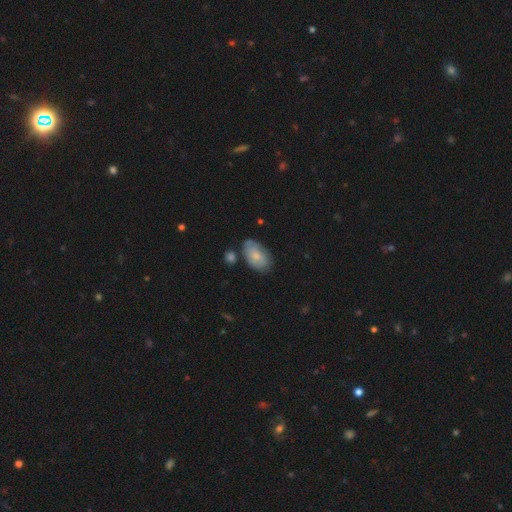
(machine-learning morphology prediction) Overall: smooth (72%). How rounded: in between (93%). Merging: none (66%).